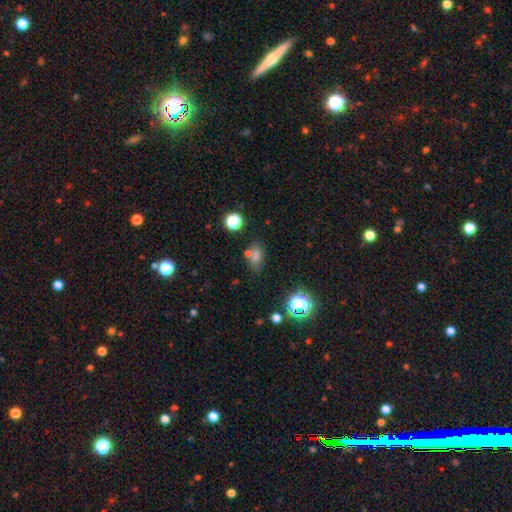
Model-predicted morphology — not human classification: Overall: smooth (66%). How rounded: in between (74%). Merging: none (65%).